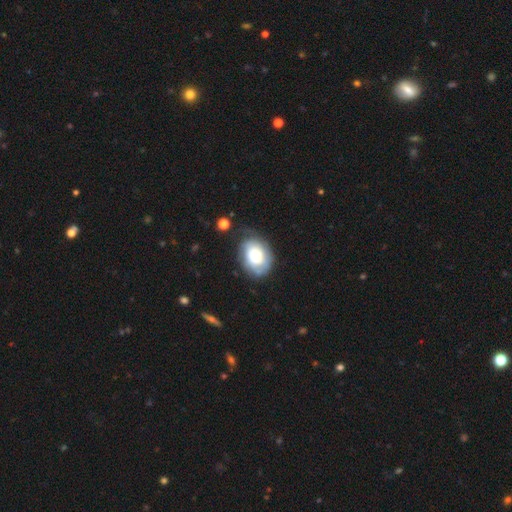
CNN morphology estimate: A smooth galaxy with no disk features (50%).

Vote fractions:
- Smooth or featured? smooth: 50% / featured or disk: 43% / star or artifact: 7%
- Merging? none: 64% / minor disturbance: 24% / major disturbance: 9% / merger: 2%